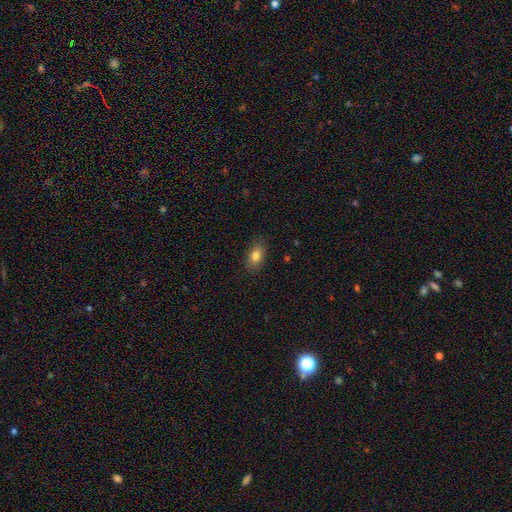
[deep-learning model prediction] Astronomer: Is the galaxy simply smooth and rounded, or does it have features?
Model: smooth — 81%.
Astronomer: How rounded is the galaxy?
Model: in between — 87%.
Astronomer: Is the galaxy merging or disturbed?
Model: none — 86%.